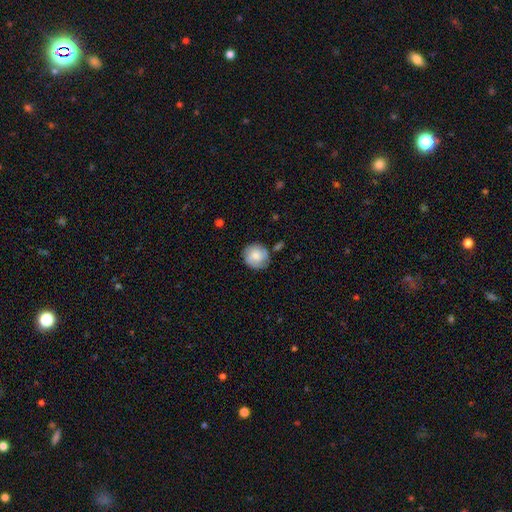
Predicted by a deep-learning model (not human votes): Smooth or featured: smooth — 57% (featured or disk — 35%)
How rounded: round — 86% (in between — 13%)
Merging: none — 73% (minor disturbance — 18%)